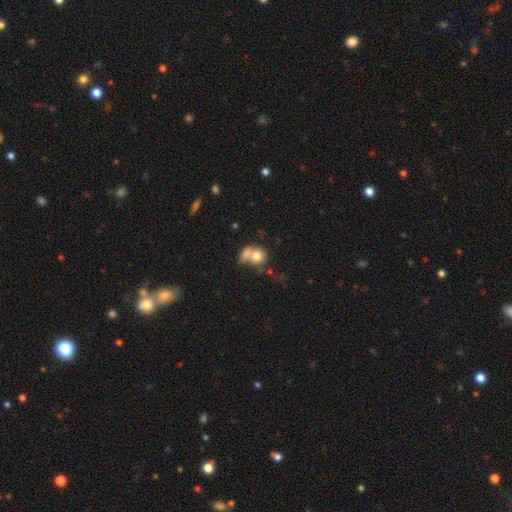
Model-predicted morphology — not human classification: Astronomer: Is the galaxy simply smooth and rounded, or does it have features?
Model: smooth — 75%.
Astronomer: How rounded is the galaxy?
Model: round — 67%.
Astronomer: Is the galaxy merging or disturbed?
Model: merger — 55%.